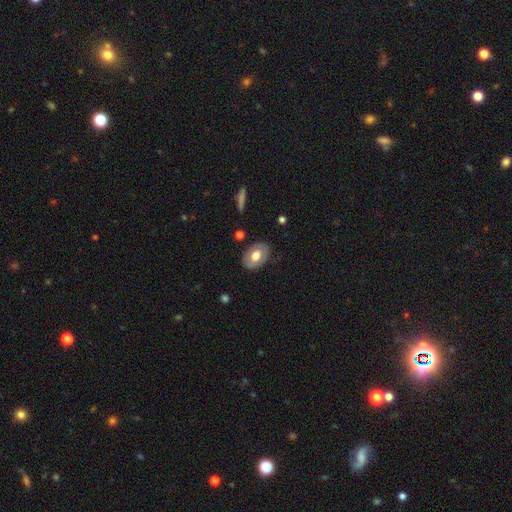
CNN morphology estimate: Smooth or featured? Predicted: smooth (p=0.57). How rounded? Predicted: in between (p=0.82). Merging? Predicted: none (p=0.83).